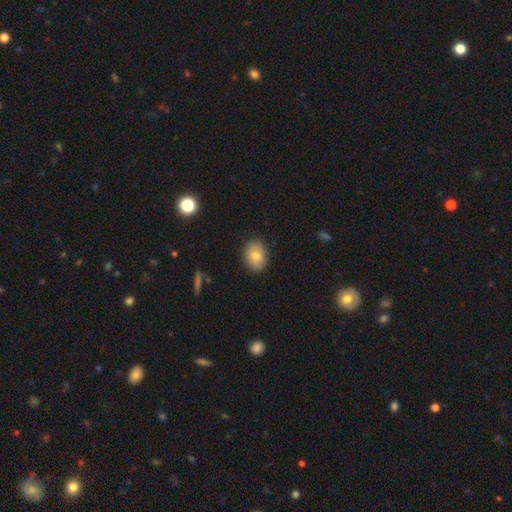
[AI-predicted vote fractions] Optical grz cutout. It shows a smooth galaxy with no disk features (76%) that is in between round and cigar-shaped (63%). Merging: none (87%).